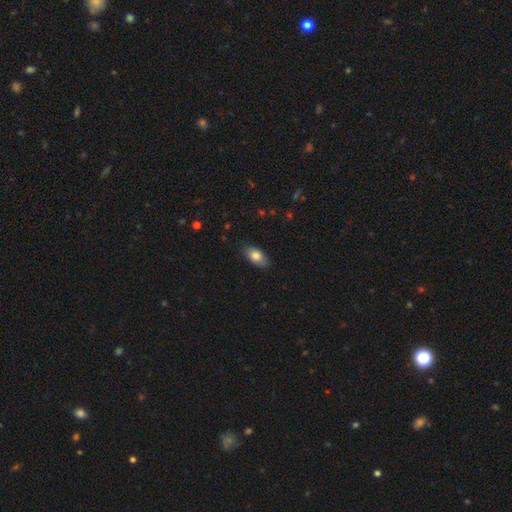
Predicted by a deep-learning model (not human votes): A smooth galaxy with no disk features (81%) that is in between round and cigar-shaped (90%). Merging: none (85%).